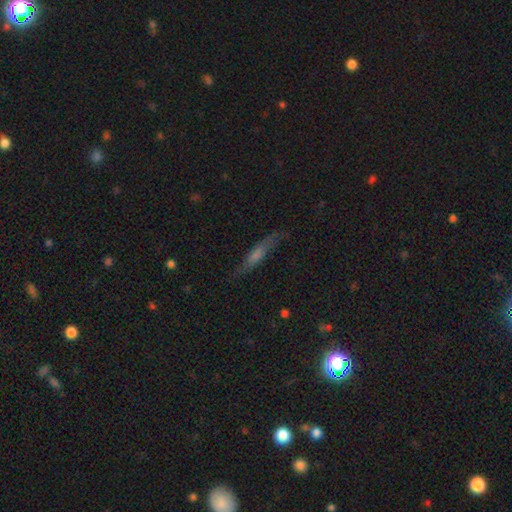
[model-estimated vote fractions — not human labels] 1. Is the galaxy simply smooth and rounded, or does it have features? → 49% featured or disk, 40% smooth, 11% star or artifact.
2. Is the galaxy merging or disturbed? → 73% none, 19% minor disturbance, 6% major disturbance, 2% merger.